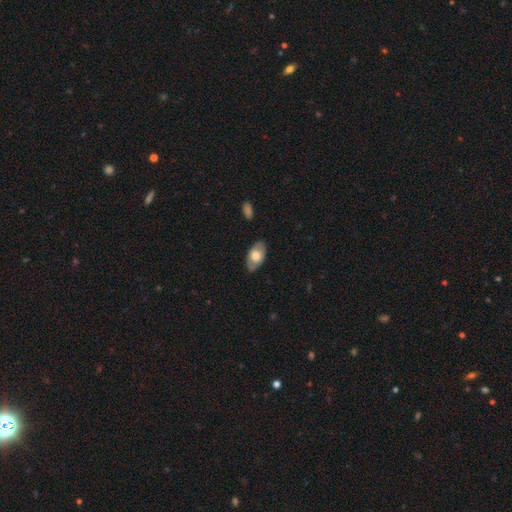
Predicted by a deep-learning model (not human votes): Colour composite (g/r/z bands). It shows a smooth galaxy with no disk features (59%) that is in between round and cigar-shaped (93%). Merging: none (79%).